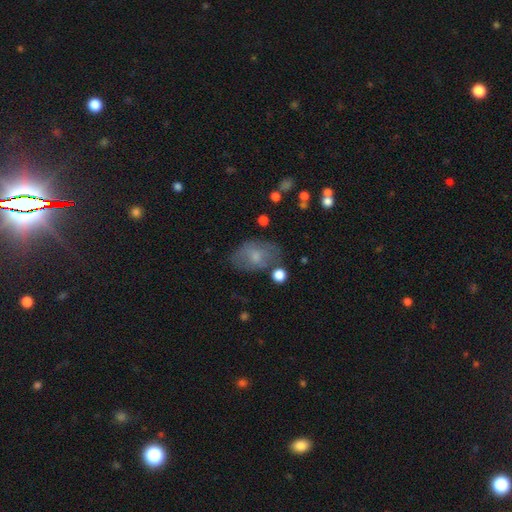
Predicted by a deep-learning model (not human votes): Smooth or featured? Predicted: smooth (p=0.61). How rounded? Predicted: in between (p=0.84). Merging? Predicted: none (p=0.56).